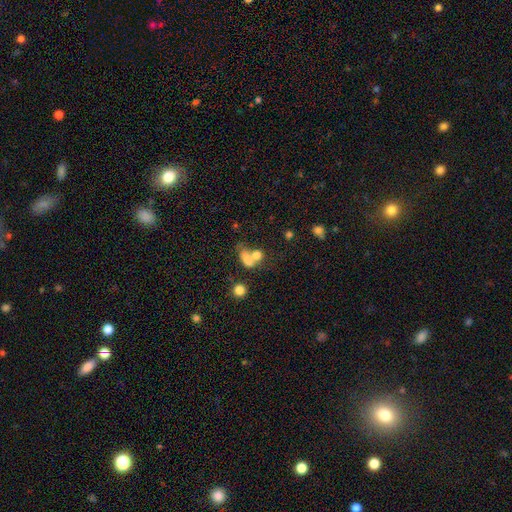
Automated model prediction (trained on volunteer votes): This is likely a smooth galaxy (73%). How rounded: likely in between (61%). Merging: possibly merger (54%).